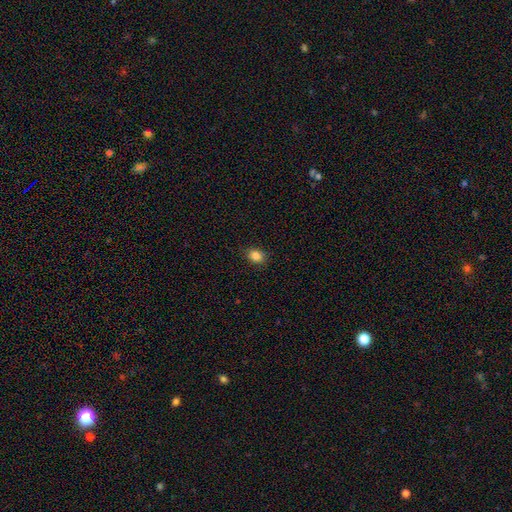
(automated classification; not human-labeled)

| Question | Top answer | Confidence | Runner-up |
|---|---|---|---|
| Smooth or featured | smooth | 85% | star or artifact (10%) |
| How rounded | in between | 56% | round (43%) |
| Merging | none | 87% | minor disturbance (10%) |